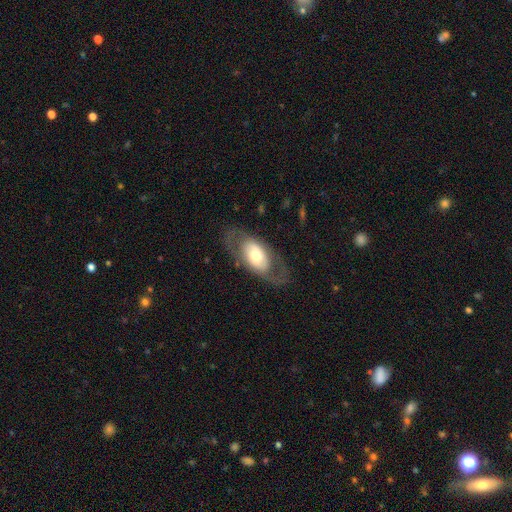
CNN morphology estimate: The model was most divided on "smooth or featured": featured or disk: 56%, smooth: 39%, star or artifact: 6%. More confident: edge-on disk — no (87%); merging — none (72%).